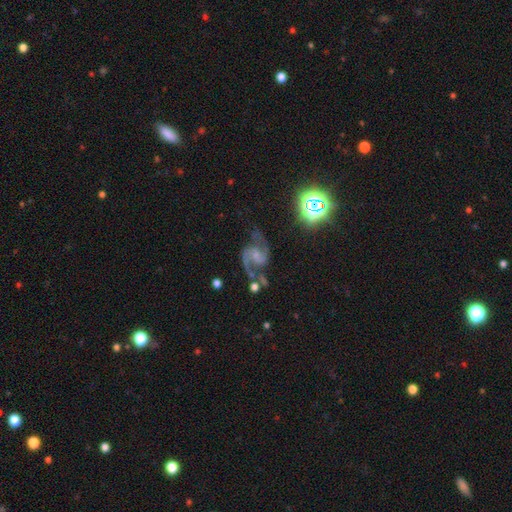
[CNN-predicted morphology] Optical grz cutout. It shows a featured or disk galaxy (88%) with a weak bar (45%), 2 (93%) medium (53%) spiral arms (97%) and a small central bulge (46%). Merging: none (60%).